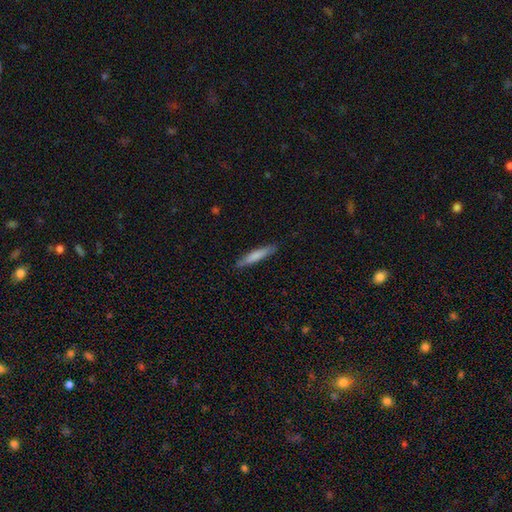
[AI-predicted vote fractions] smooth-or-featured: smooth: 74% | featured or disk: 21% | star or artifact: 5%
  how-rounded: cigar-shaped: 92% | in between: 7% | round: 1%
  merging: none: 88% | minor disturbance: 10% | major disturbance: 2% | merger: 1%